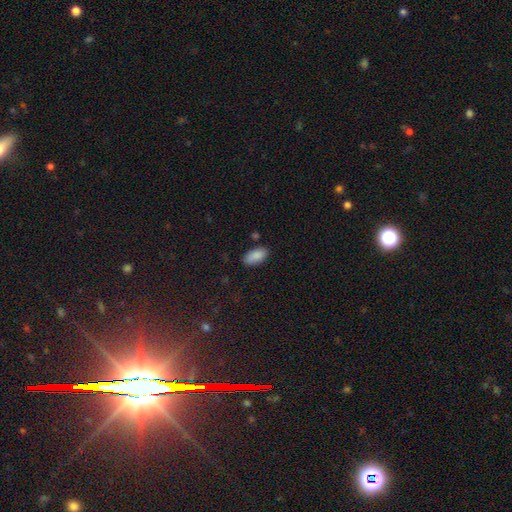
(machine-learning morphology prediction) A smooth galaxy with no disk features (88%) that is in between round and cigar-shaped (93%).

Vote fractions:
- Smooth or featured? smooth: 88% / star or artifact: 7% / featured or disk: 5%
- How rounded? in between: 93% / cigar-shaped: 4% / round: 3%
- Merging? none: 82% / minor disturbance: 13% / merger: 3% / major disturbance: 3%